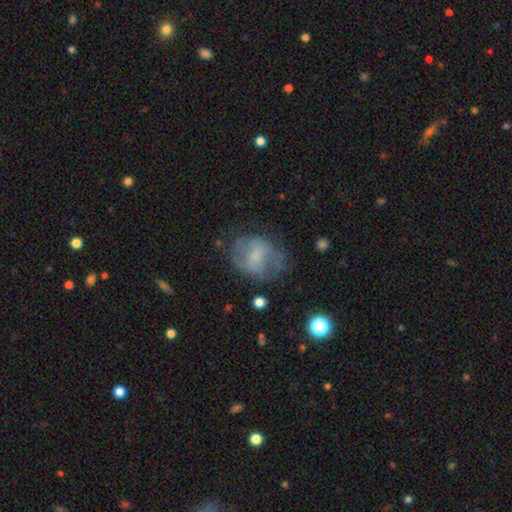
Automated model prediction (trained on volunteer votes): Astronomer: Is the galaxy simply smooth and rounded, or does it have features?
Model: featured or disk — 47% (runner-up: smooth, 43%).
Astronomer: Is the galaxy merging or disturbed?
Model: none — 58%.